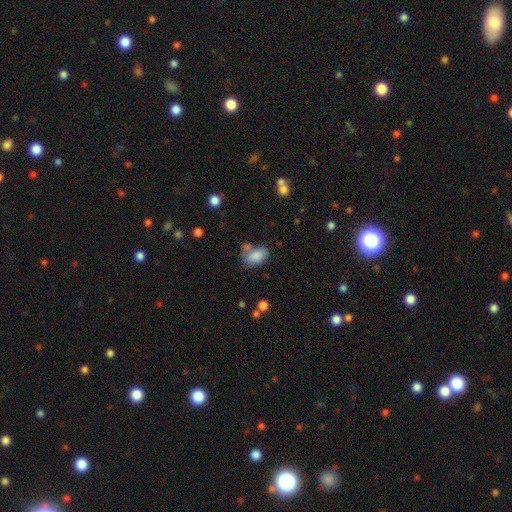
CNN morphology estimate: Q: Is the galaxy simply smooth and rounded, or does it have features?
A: smooth — 83%.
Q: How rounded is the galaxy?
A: in between — 89%.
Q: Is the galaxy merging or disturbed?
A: none — 48%.